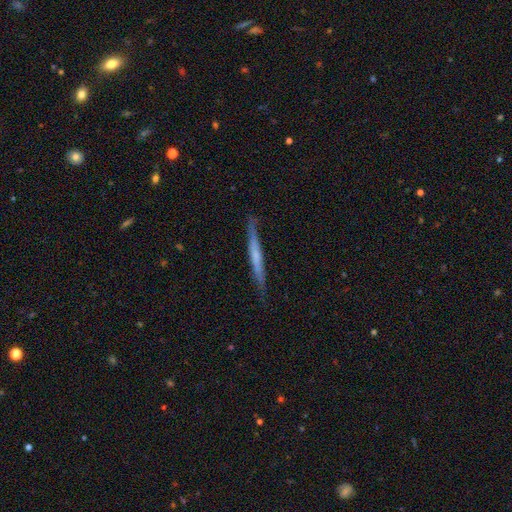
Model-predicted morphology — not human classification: This appears to be a featured or disk galaxy (53%) viewed edge-on (96%) with no central bulge (70%). Merging: none (84%).